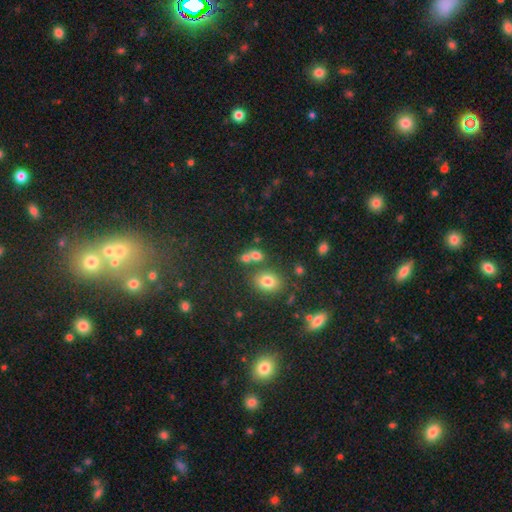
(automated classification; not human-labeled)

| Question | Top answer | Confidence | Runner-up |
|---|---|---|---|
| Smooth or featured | smooth | 71% | star or artifact (18%) |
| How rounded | round | 50% | in between (47%) |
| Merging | none | 46% | merger (39%) |